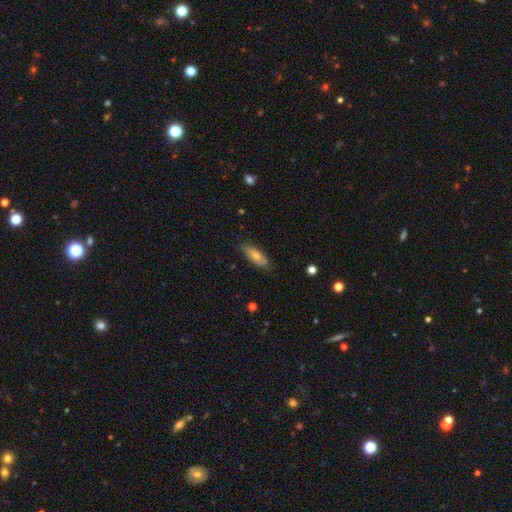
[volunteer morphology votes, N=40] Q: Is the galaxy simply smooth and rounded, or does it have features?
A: smooth — 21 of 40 (52%).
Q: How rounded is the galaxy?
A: in between — 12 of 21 (57%).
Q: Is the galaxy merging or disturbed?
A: none — 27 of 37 (73%).